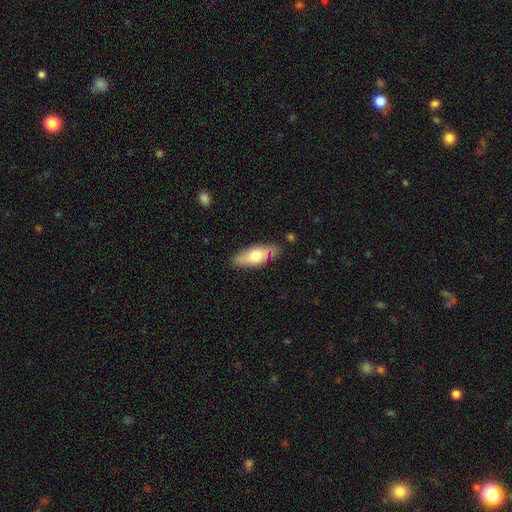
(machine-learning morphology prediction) This is likely a smooth galaxy (66%). How rounded: likely in between (76%). Merging: likely none (80%).